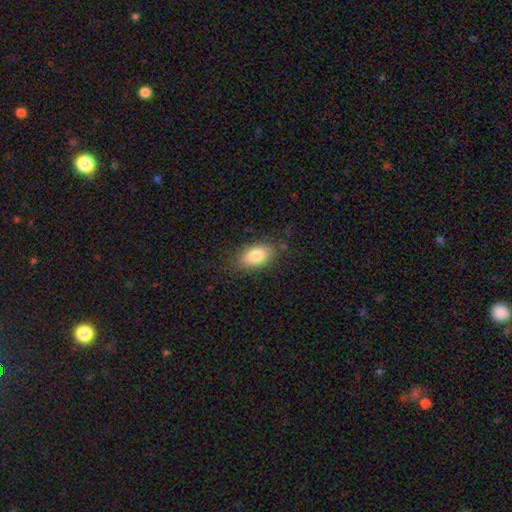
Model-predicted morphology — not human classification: type=smooth (81%); roundness=in between (89%); merging=none (78%).